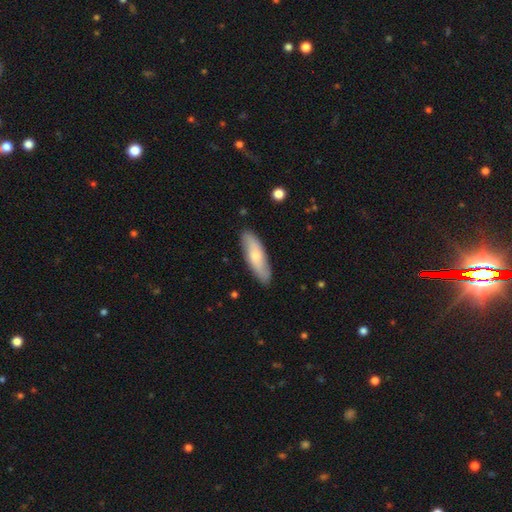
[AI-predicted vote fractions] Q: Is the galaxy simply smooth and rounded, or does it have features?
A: smooth — 62%.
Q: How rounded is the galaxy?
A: in between — 49%.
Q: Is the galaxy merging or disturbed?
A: none — 87%.